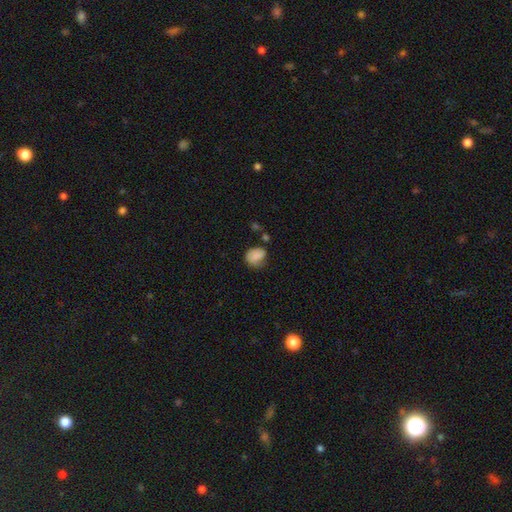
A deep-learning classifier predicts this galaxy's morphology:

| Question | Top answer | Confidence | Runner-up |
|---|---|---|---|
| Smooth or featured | smooth | 77% | featured or disk (14%) |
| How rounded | in between | 51% | round (48%) |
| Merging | none | 45% | minor disturbance (33%) |